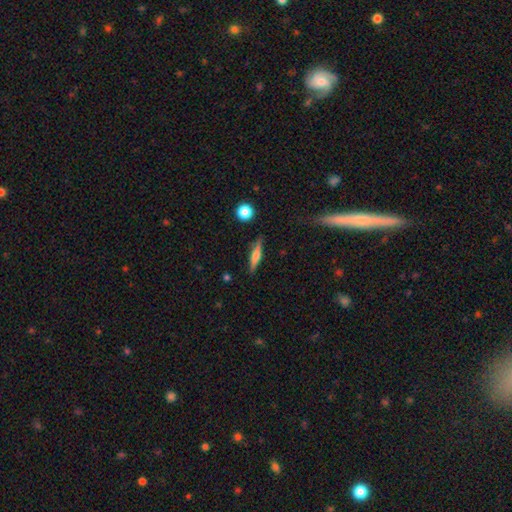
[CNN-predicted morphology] Overall: featured or disk (49%; smooth 44%). Merging: none (86%).